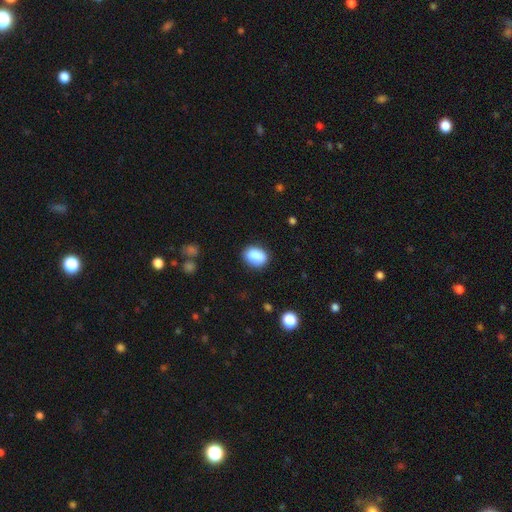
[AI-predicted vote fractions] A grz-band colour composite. It shows a smooth galaxy with no disk features (88%) that is in between round and cigar-shaped (75%). Merging: none (84%).